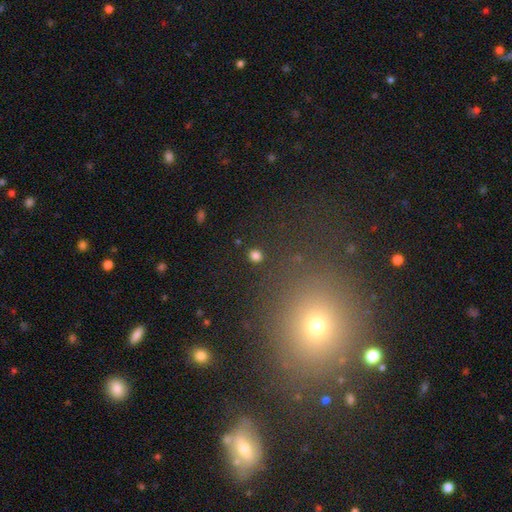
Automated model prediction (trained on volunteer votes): Smooth or featured: smooth — 80% (star or artifact — 15%)
How rounded: round — 85% (in between — 14%)
Merging: none — 89% (minor disturbance — 6%)